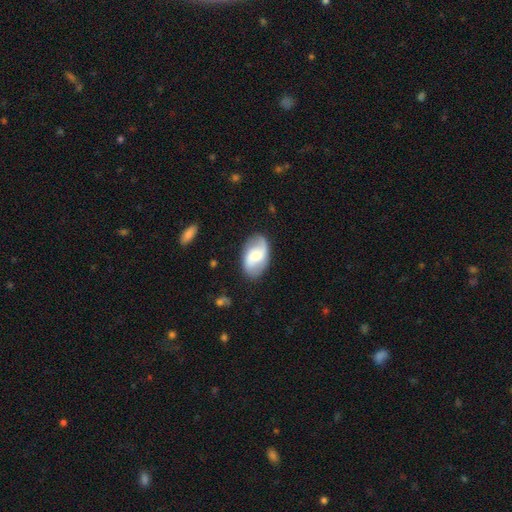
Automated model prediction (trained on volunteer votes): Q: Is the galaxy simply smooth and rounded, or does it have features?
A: featured or disk — 63%.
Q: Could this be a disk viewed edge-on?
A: no — 96%.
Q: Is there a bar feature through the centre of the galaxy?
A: no — 45%.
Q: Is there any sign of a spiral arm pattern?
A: yes — 90%.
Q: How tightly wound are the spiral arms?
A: loose — 49%.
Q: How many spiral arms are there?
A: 2 — 87%.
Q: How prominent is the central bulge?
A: moderate — 49%.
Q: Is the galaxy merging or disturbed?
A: none — 80%.